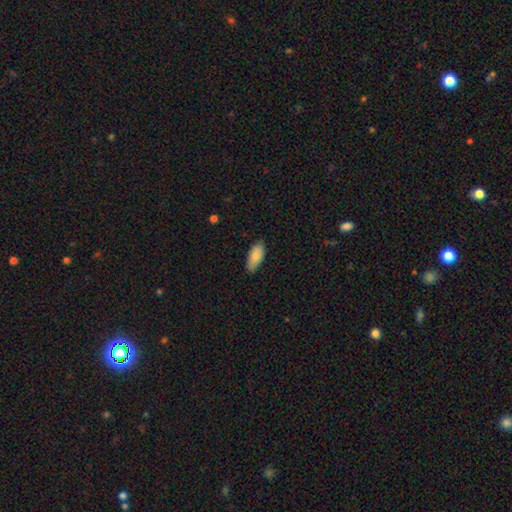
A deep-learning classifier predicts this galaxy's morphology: smooth_or_featured: smooth (p=0.85) [alt: featured or disk p=0.09]
how_rounded: in between (p=0.89) [alt: cigar-shaped p=0.09]
merging: none (p=0.74) [alt: minor disturbance p=0.22]